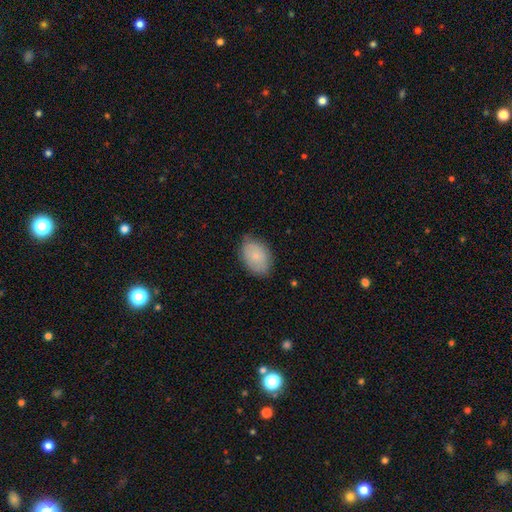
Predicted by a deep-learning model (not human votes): A smooth galaxy with no disk features (75%) that is in between round and cigar-shaped (82%). Merging: none (73%).